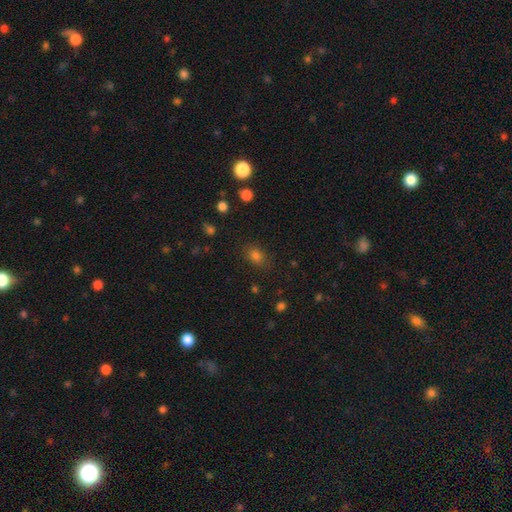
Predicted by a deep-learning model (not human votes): smooth 77%, star or artifact 17%, featured or disk 7%. Down the decision tree: how rounded — in between (67%); merging — none (81%).